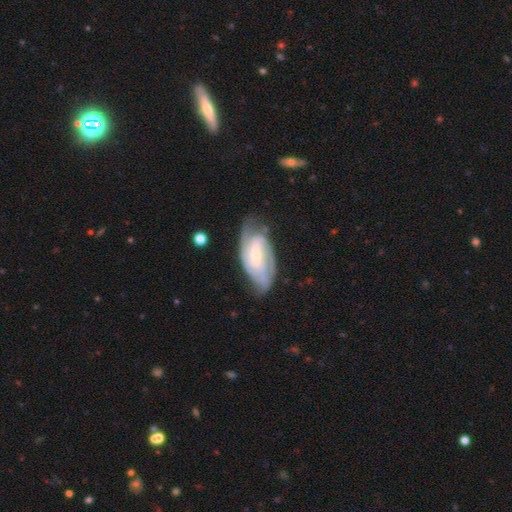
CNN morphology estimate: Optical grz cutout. It shows a featured or disk galaxy (84%) with a weak bar (45%), 2 (48%) tight (55%) spiral arms (96%) and a small central bulge (64%). Merging: none (67%).